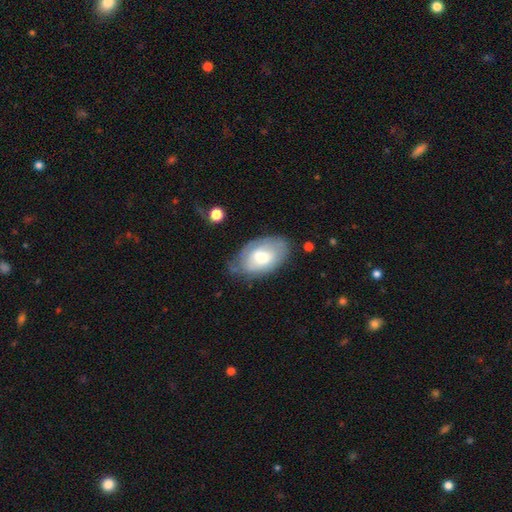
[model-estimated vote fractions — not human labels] Q: Smooth or featured?
A: smooth (57%); runner-up: featured or disk (36%)
Q: How rounded?
A: in between (91%); runner-up: round (7%)
Q: Merging?
A: none (60%); runner-up: minor disturbance (28%)